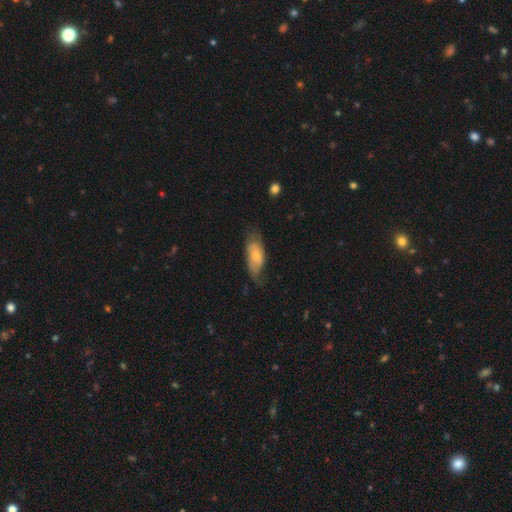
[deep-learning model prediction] Overall: smooth (57%; featured or disk 37%). How rounded: in between (86%). Merging: none (49%; minor disturbance 32%).